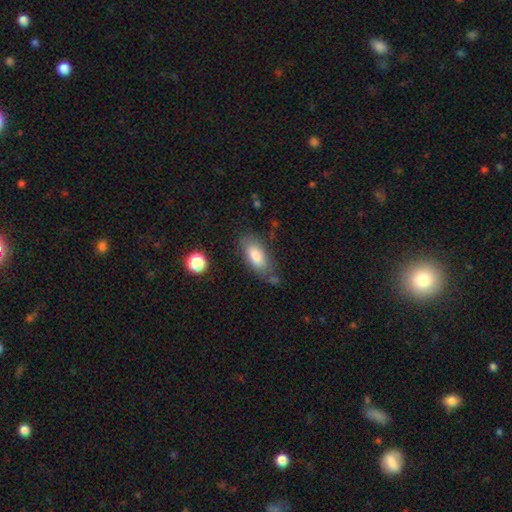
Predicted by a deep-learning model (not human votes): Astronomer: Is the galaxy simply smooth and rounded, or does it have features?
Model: smooth — 80%.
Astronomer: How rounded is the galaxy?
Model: in between — 87%.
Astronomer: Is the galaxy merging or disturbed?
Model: none — 68%.